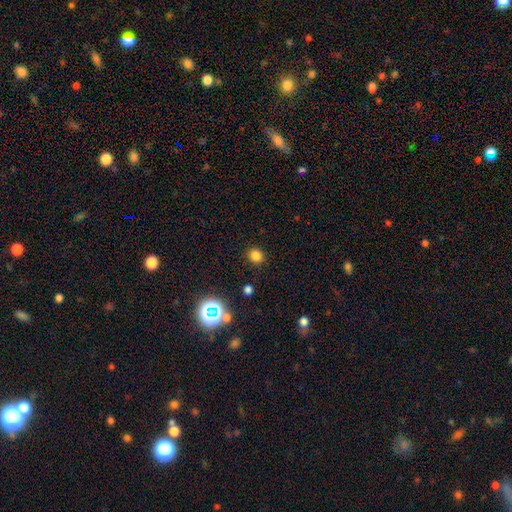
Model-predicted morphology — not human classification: Smooth or featured? smooth (79%)
How rounded? round (84%)
Merging? none (89%)